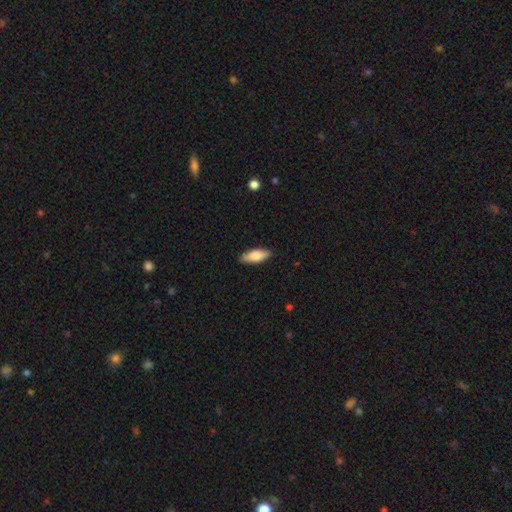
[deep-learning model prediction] This appears to be a smooth galaxy with no disk features (78%) that is in between round and cigar-shaped (75%). Merging: none (88%).